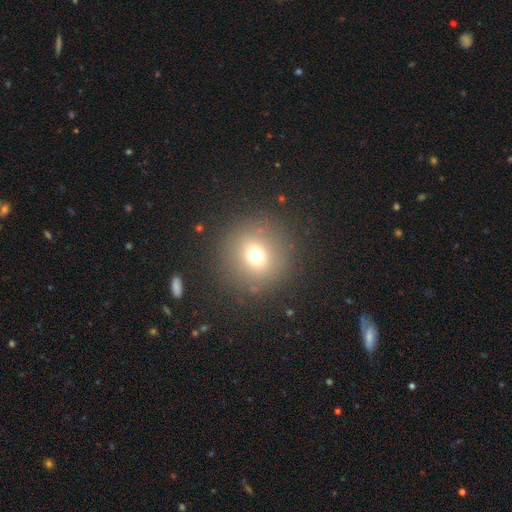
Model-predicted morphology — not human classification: Smooth or featured? smooth (68%)
How rounded? round (93%)
Merging? none (86%)